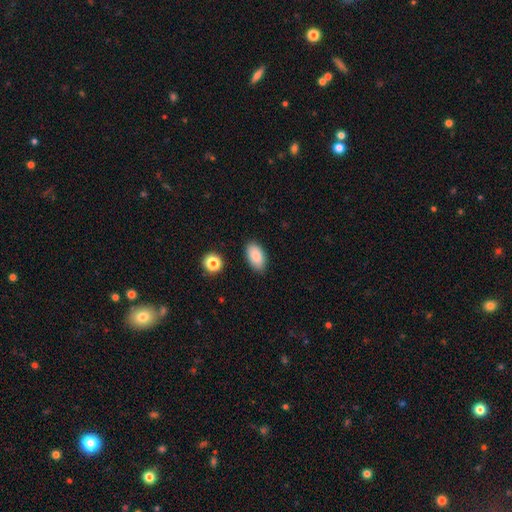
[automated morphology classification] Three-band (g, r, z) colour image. It shows a smooth galaxy with no disk features (86%) that is in between round and cigar-shaped (94%). Merging: none (86%).